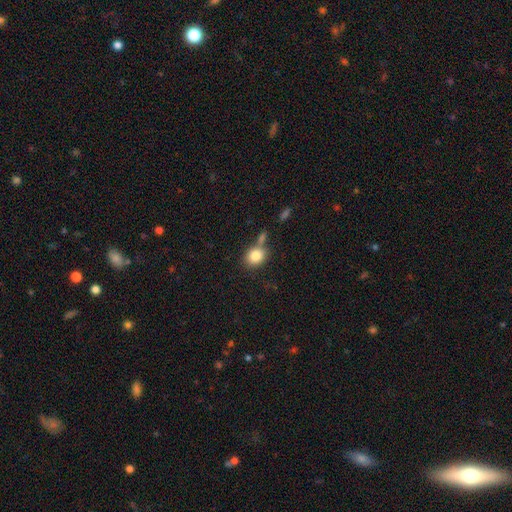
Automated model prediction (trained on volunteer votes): Morphology: type=smooth (83%); roundness=round (58%); merging=none (58%).